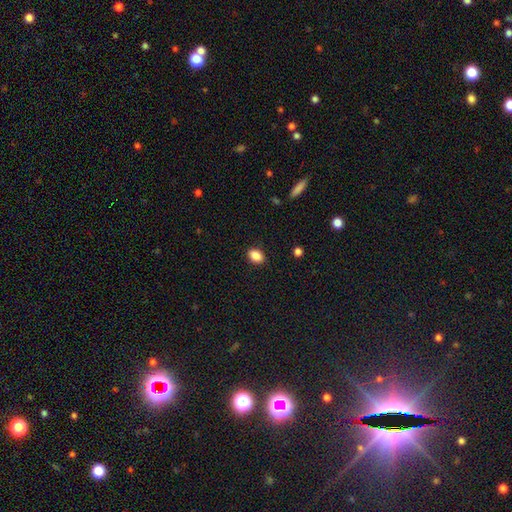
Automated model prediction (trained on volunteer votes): Smooth or featured? Predicted: smooth (p=0.88). How rounded? Predicted: in between (p=0.81). Merging? Predicted: none (p=0.89).